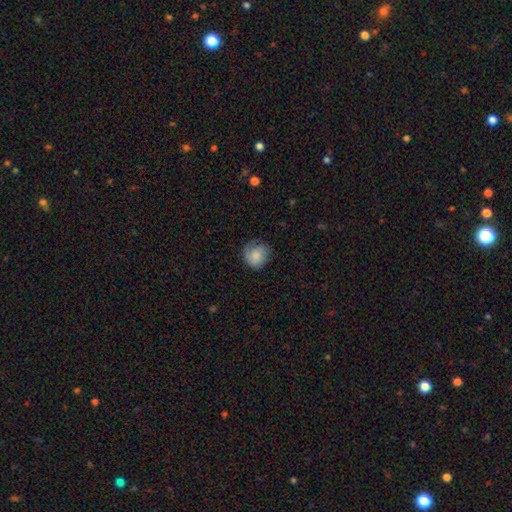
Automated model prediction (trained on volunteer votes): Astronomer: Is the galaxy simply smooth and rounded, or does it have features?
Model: smooth — 73%.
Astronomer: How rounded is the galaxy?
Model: round — 80%.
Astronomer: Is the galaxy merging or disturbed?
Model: none — 64%.